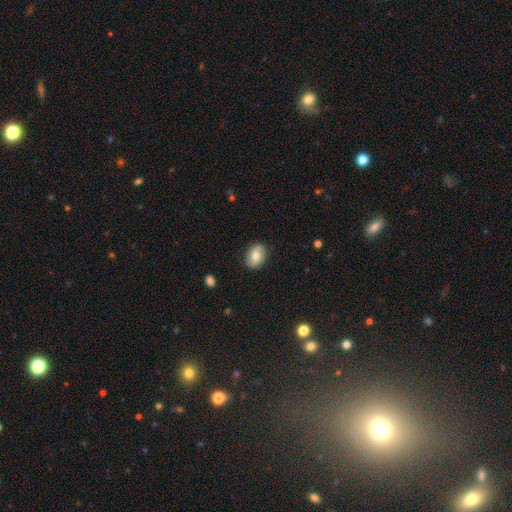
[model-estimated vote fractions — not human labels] This is likely a smooth galaxy (71%). How rounded: likely in between (76%). Merging: clearly none (86%).